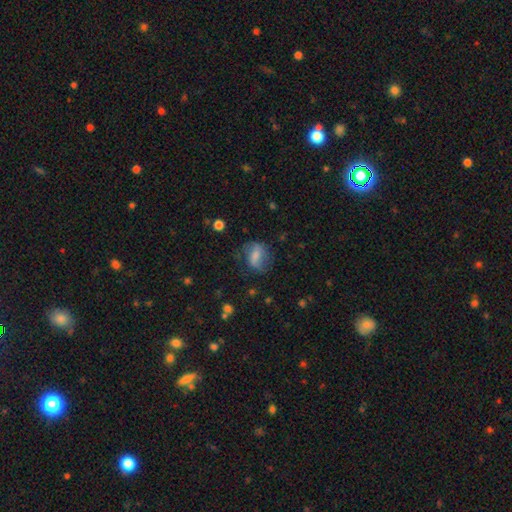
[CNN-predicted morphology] The model was most divided on "how rounded": in between: 62%, round: 34%, cigar-shaped: 4%. More confident: merging — none (60%); smooth or featured — smooth (59%).